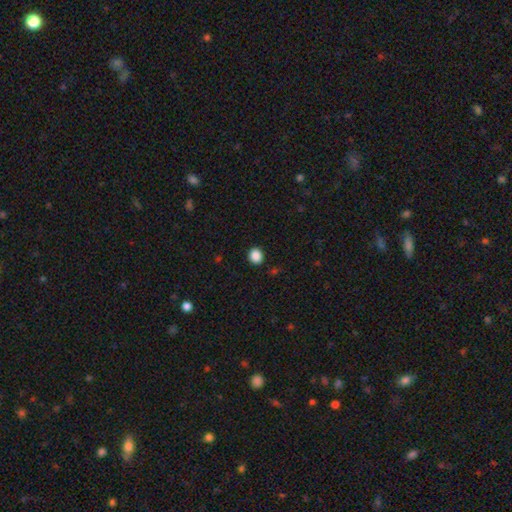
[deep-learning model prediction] Q: Smooth or featured?
A: smooth (88%); runner-up: star or artifact (9%)
Q: How rounded?
A: round (80%); runner-up: in between (19%)
Q: Merging?
A: none (91%); runner-up: minor disturbance (6%)